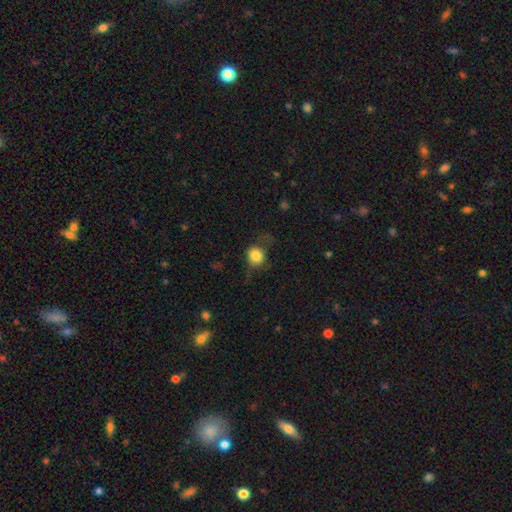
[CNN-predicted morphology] This appears to be a smooth galaxy with no disk features (75%) that is round (81%). Merging: none (56%).